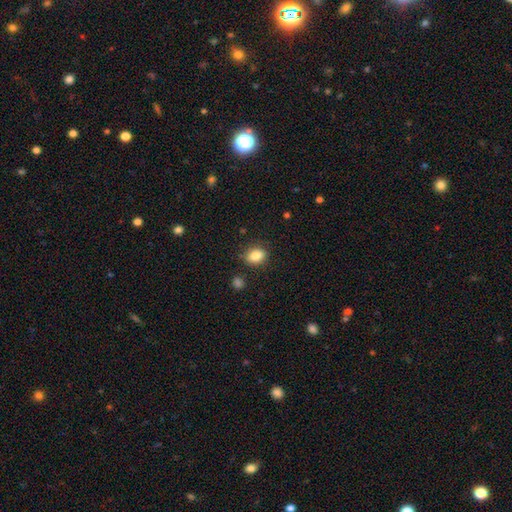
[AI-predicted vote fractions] A smooth galaxy with no disk features (85%) that is in between round and cigar-shaped (60%). Merging: none (83%).